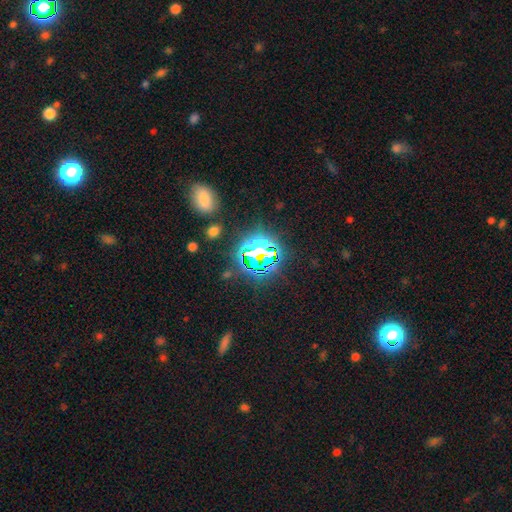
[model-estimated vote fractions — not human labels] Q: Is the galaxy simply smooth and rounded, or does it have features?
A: star or artifact — 74%.